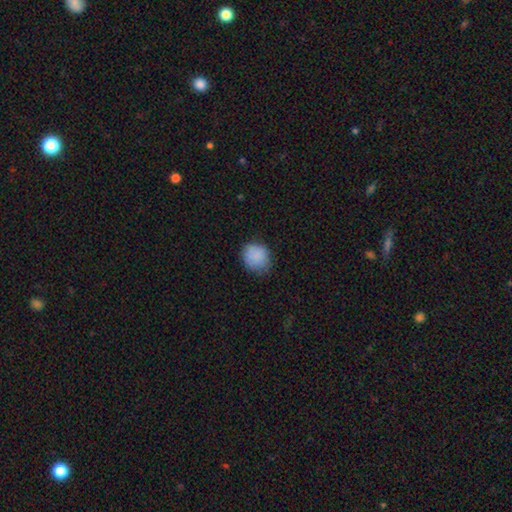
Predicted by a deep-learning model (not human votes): Smooth or featured?
  - smooth: 87% *
  - star or artifact: 8%
  - featured or disk: 5%
How rounded?
  - round: 73% *
  - in between: 26%
  - cigar-shaped: 1%
Merging?
  - none: 73% *
  - minor disturbance: 21%
  - major disturbance: 4%
  - merger: 1%